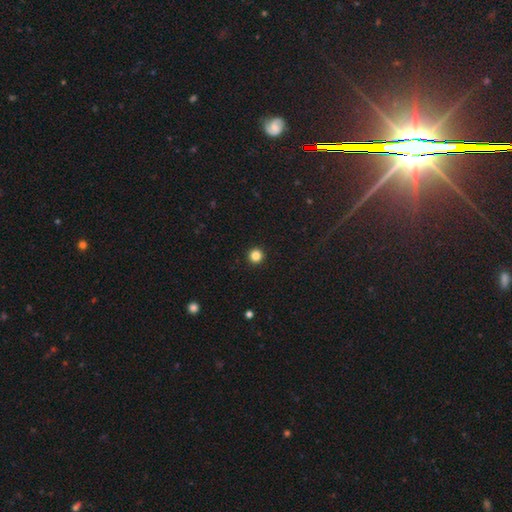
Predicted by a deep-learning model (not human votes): This is clearly a smooth galaxy (84%). How rounded: clearly round (96%). Merging: clearly none (94%).